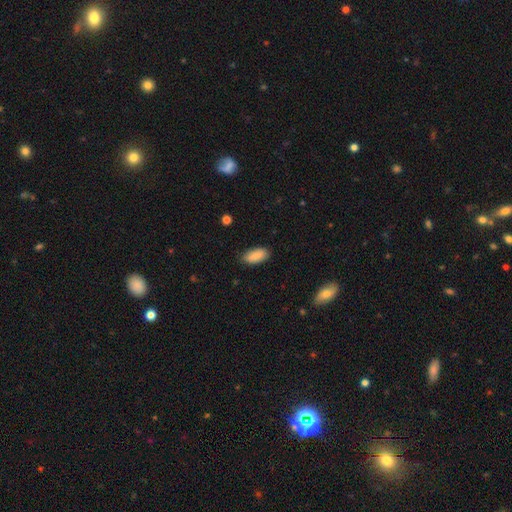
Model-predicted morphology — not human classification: Smooth or featured? smooth (88%)
How rounded? in between (88%)
Merging? none (85%)